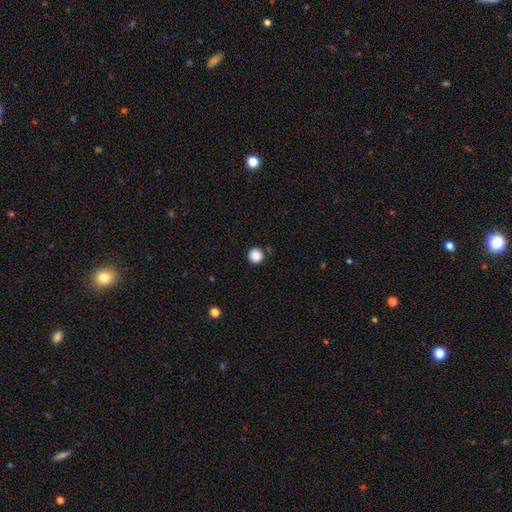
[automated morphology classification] smooth 87%, star or artifact 10%, featured or disk 3%. Down the decision tree: how rounded — round (96%); merging — none (90%).